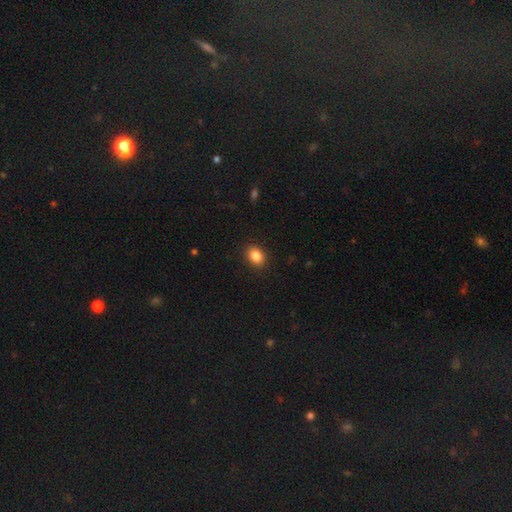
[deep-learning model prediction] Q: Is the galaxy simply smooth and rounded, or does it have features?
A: smooth — 86%.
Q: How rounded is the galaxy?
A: in between — 57%.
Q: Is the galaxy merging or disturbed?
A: none — 90%.